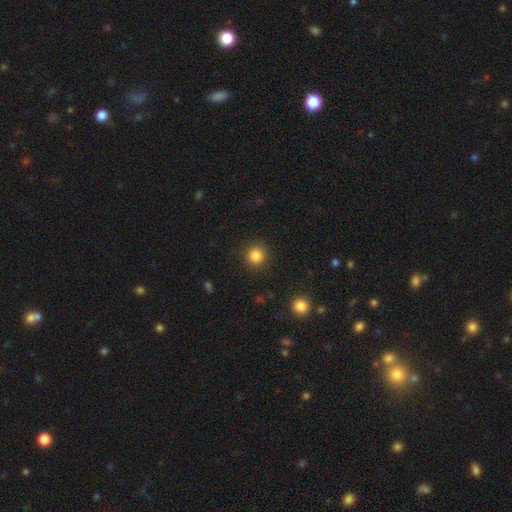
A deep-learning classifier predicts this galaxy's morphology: Q: Smooth or featured?
A: smooth (84%); runner-up: star or artifact (12%)
Q: How rounded?
A: round (94%); runner-up: in between (6%)
Q: Merging?
A: none (91%); runner-up: minor disturbance (6%)